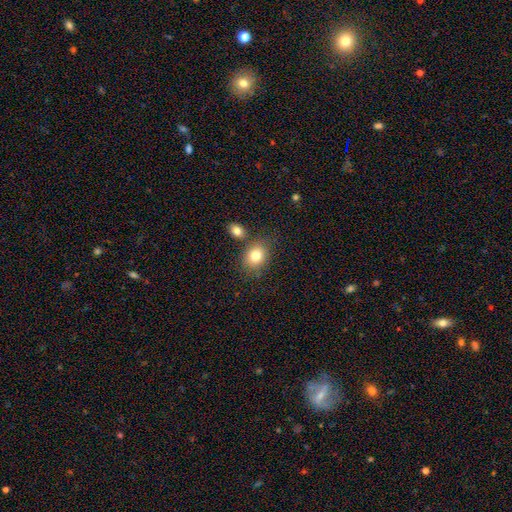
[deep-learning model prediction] Smooth or featured? smooth (80%)
How rounded? round (55%)
Merging? none (69%)